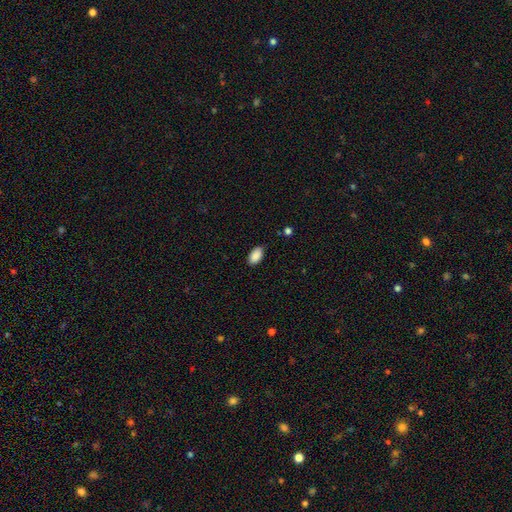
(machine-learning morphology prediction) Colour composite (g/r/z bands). It shows a smooth galaxy with no disk features (90%) that is in between round and cigar-shaped (94%). Merging: none (85%).